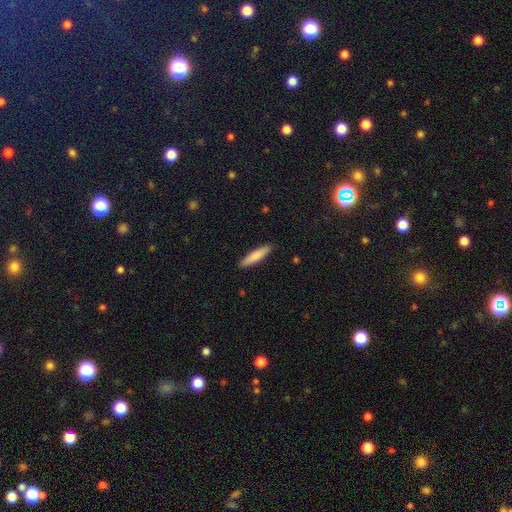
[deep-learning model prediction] A smooth galaxy with no disk features (82%) that is cigar-shaped (82%).

Vote fractions:
- Smooth or featured? smooth: 82% / featured or disk: 13% / star or artifact: 5%
- How rounded? cigar-shaped: 82% / in between: 17% / round: 1%
- Merging? none: 90% / minor disturbance: 8% / major disturbance: 2% / merger: 1%